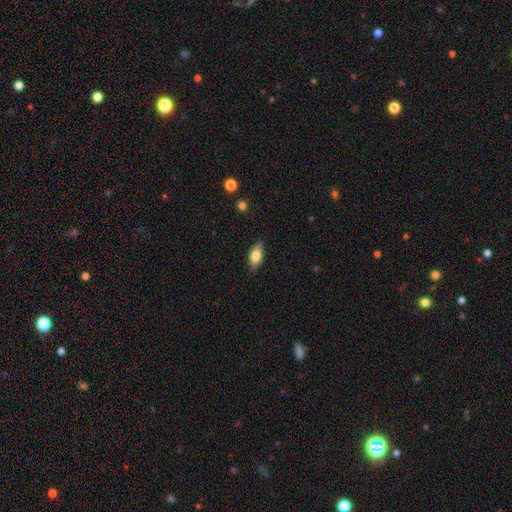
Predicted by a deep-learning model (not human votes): Smooth or featured? Predicted: smooth (p=0.74). How rounded? Predicted: in between (p=0.84). Merging? Predicted: none (p=0.82).